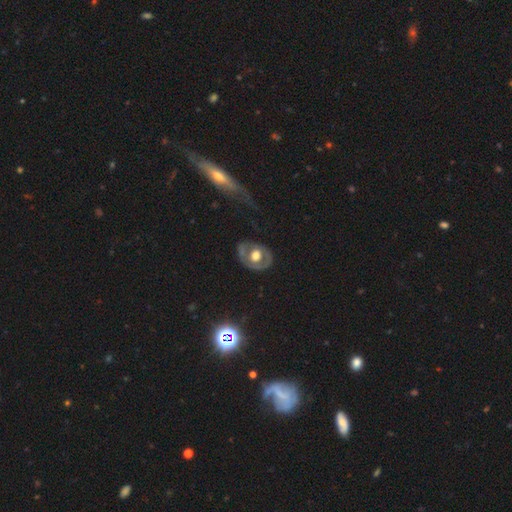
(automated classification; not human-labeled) featured or disk 56%, smooth 37%, star or artifact 7%. Down the decision tree: edge-on disk — no (94%); bar — no (81%); spiral arms — no (75%); bulge size — moderate (47%); merging — none (65%).